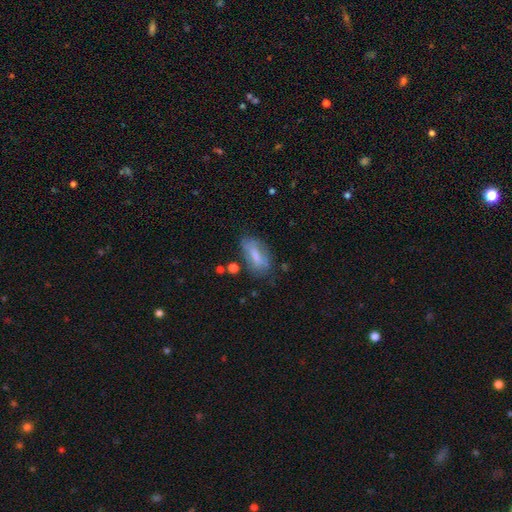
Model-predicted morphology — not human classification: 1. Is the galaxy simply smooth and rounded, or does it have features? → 67% smooth, 25% featured or disk, 8% star or artifact.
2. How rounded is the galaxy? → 82% in between, 14% cigar-shaped, 4% round.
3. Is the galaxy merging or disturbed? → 61% none, 24% minor disturbance, 10% major disturbance, 5% merger.